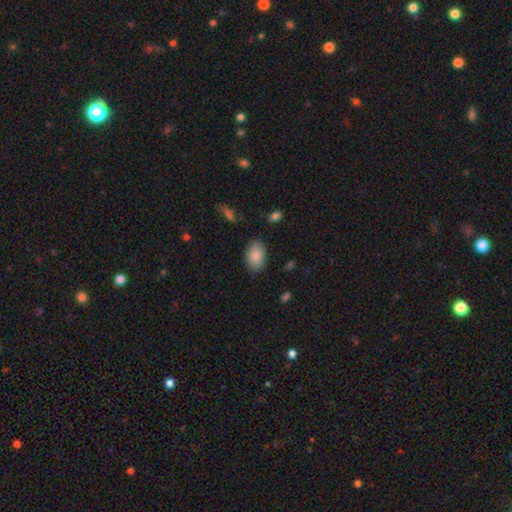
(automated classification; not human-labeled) This is clearly a smooth galaxy (86%). How rounded: clearly in between (87%). Merging: clearly none (83%).